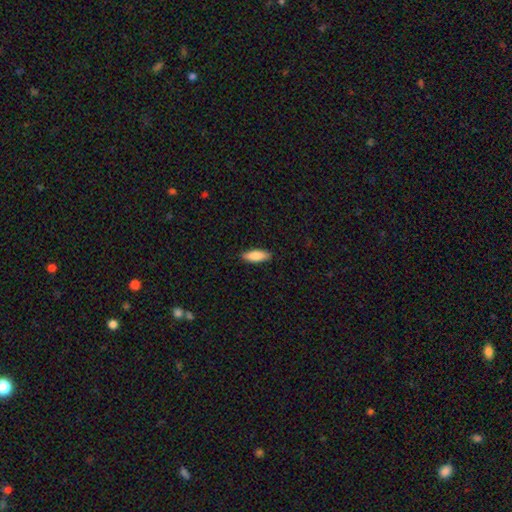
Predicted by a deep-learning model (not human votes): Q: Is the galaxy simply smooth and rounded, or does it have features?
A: smooth — 86%.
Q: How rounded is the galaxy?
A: in between — 68%.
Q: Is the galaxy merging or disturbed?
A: none — 89%.